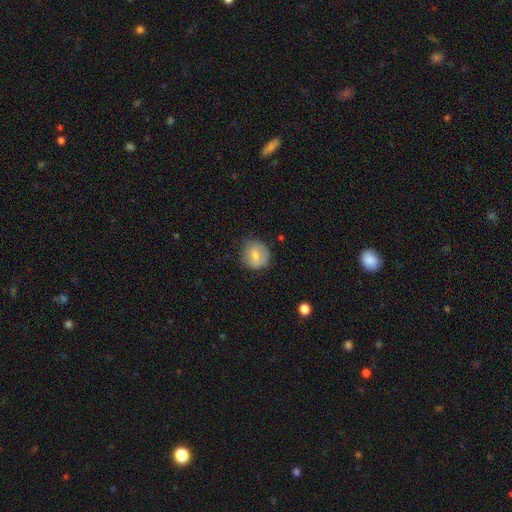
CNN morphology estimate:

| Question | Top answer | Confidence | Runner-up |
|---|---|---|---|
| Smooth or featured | smooth | 73% | featured or disk (19%) |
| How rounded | round | 85% | in between (14%) |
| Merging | none | 68% | minor disturbance (24%) |